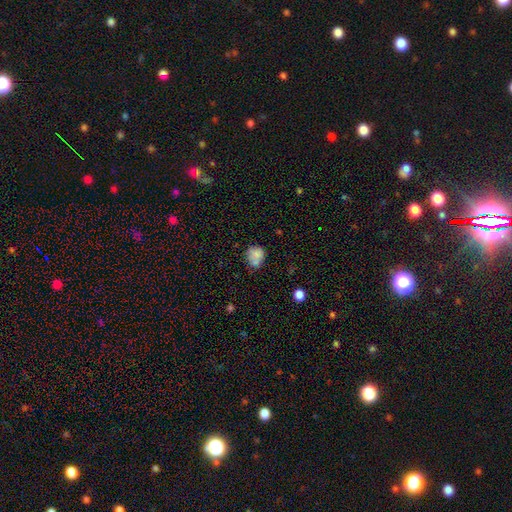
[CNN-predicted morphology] Overall: smooth (78%). How rounded: round (69%; in between 30%). Merging: none (49%; minor disturbance 22%).